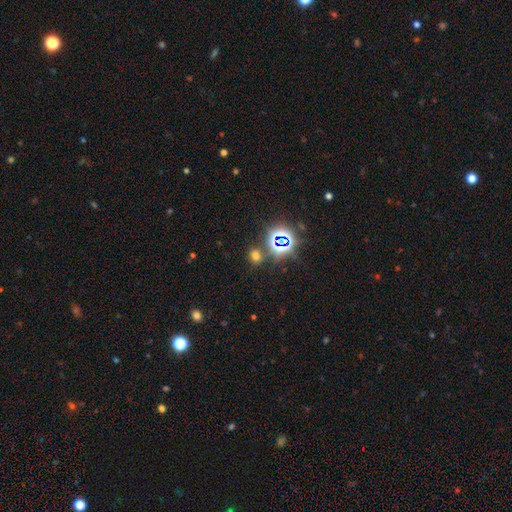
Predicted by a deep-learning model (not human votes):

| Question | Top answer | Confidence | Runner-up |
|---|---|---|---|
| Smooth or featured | smooth | 57% | star or artifact (37%) |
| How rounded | round | 64% | in between (34%) |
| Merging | none | 79% | minor disturbance (9%) |